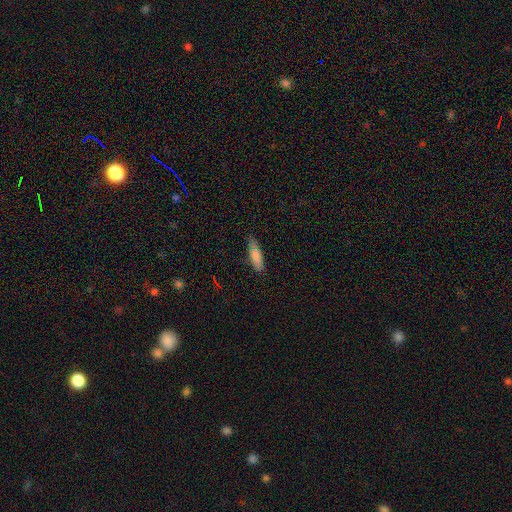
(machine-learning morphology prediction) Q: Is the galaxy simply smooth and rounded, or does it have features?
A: smooth — 81%.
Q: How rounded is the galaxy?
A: cigar-shaped — 52%.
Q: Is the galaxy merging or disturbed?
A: none — 74%.